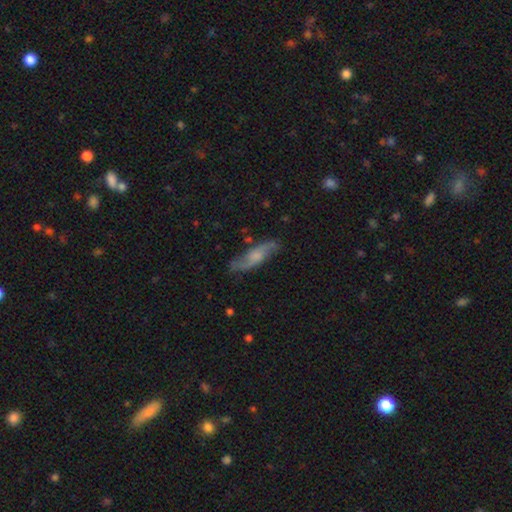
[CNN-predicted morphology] Smooth or featured? featured or disk (55%)
Edge-on disk? no (67%)
Merging? none (75%)